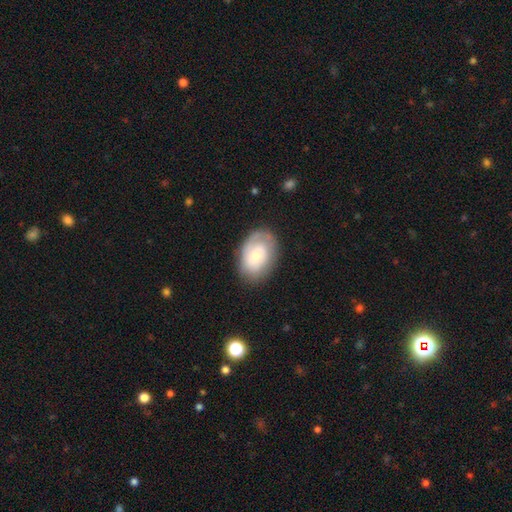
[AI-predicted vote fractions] A smooth galaxy with no disk features (47%). Merging: none (74%).